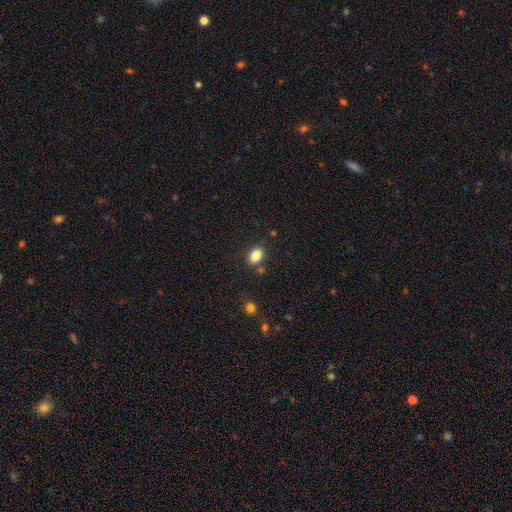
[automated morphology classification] Smooth or featured? smooth (84%)
How rounded? in between (83%)
Merging? none (79%)